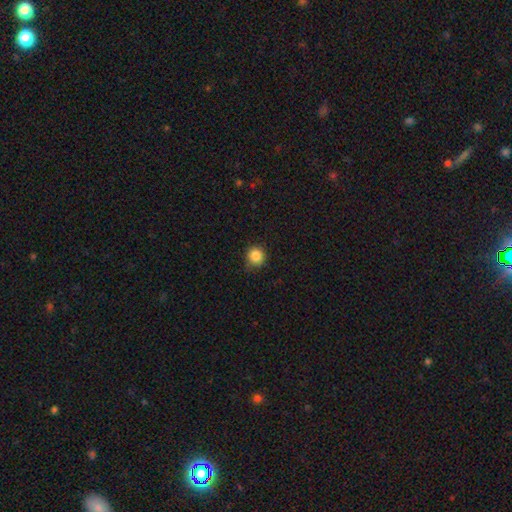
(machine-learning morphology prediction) Overall: smooth (85%). How rounded: round (91%). Merging: none (78%).